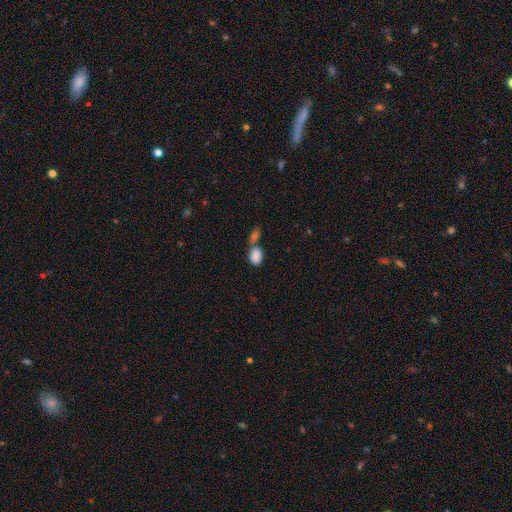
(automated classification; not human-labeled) smooth_or_featured: smooth (p=0.87) [alt: star or artifact p=0.08]
how_rounded: in between (p=0.86) [alt: round p=0.12]
merging: merger (p=0.51) [alt: none p=0.34]